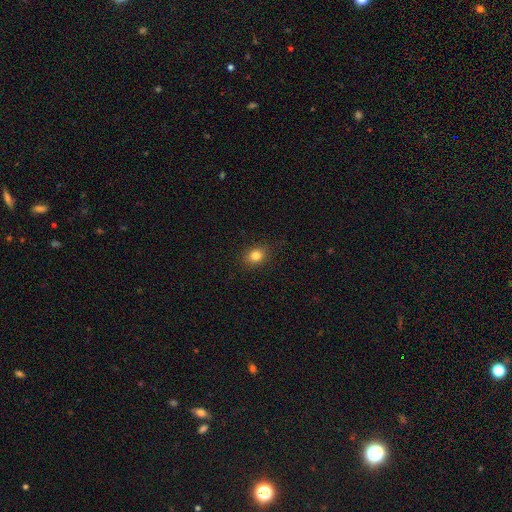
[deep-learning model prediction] Smooth or featured? smooth (82%)
How rounded? round (53%)
Merging? none (88%)